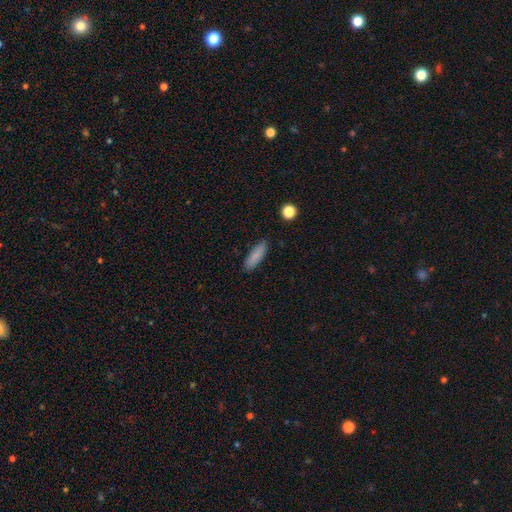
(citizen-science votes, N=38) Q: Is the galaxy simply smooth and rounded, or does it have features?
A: smooth — 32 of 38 (84%).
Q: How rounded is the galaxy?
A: cigar-shaped — 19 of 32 (59%).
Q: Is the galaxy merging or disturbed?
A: none — 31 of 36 (86%).